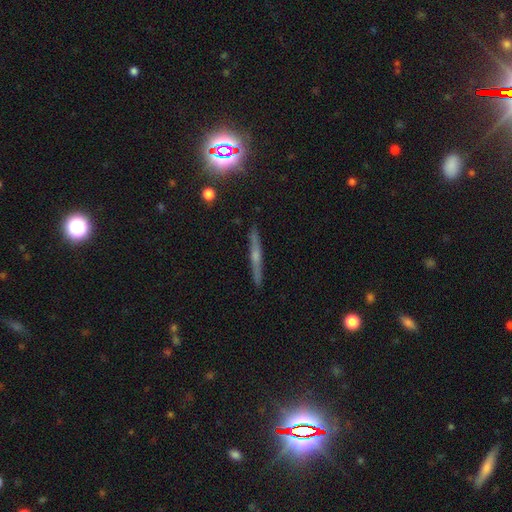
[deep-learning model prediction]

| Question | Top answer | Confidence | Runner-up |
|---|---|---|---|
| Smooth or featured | featured or disk | 64% | smooth (23%) |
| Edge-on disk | yes | 97% | no (3%) |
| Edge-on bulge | rounded | 69% | none (23%) |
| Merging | none | 90% | minor disturbance (7%) |